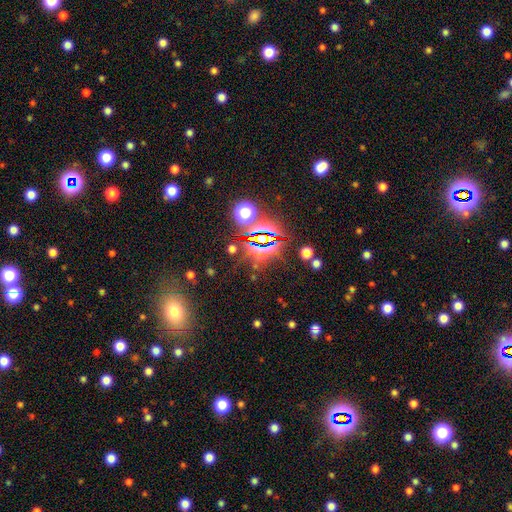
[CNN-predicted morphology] Smooth or featured? Predicted: star or artifact (p=0.69).